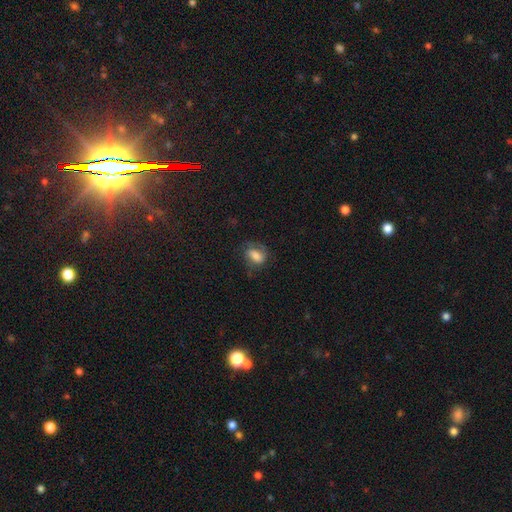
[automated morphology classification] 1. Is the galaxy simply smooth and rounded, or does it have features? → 63% smooth, 27% featured or disk, 10% star or artifact.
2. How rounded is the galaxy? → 81% in between, 16% round, 4% cigar-shaped.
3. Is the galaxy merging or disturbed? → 54% none, 26% minor disturbance, 18% major disturbance, 2% merger.